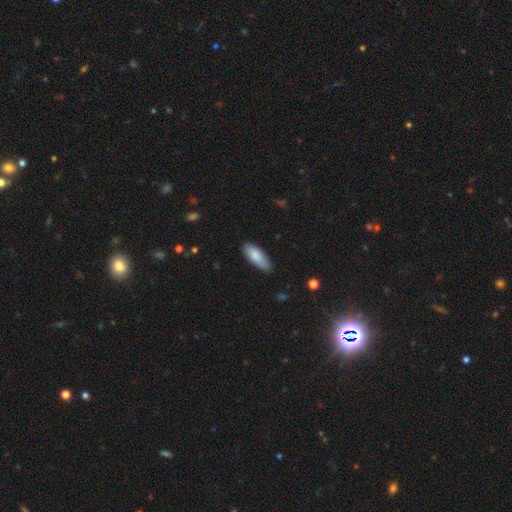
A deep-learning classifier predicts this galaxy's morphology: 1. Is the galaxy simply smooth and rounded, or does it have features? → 85% smooth, 10% featured or disk, 6% star or artifact.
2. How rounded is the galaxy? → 73% in between, 25% cigar-shaped, 2% round.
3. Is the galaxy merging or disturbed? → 83% none, 14% minor disturbance, 2% major disturbance, 1% merger.